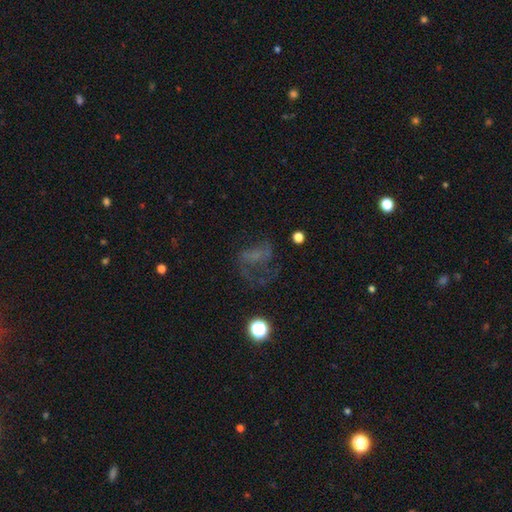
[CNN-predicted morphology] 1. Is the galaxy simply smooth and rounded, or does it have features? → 43% featured or disk, 31% smooth, 26% star or artifact.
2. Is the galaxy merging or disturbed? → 41% major disturbance, 38% none, 18% minor disturbance, 4% merger.